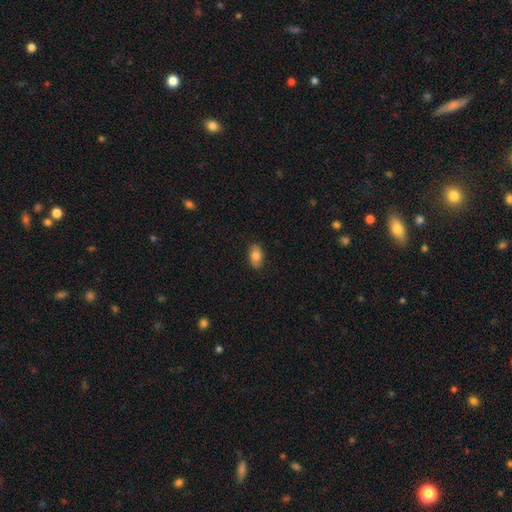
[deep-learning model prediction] Smooth or featured?
  - smooth: 78% *
  - featured or disk: 14%
  - star or artifact: 7%
How rounded?
  - in between: 90% *
  - round: 8%
  - cigar-shaped: 2%
Merging?
  - none: 85% *
  - minor disturbance: 12%
  - major disturbance: 2%
  - merger: 1%